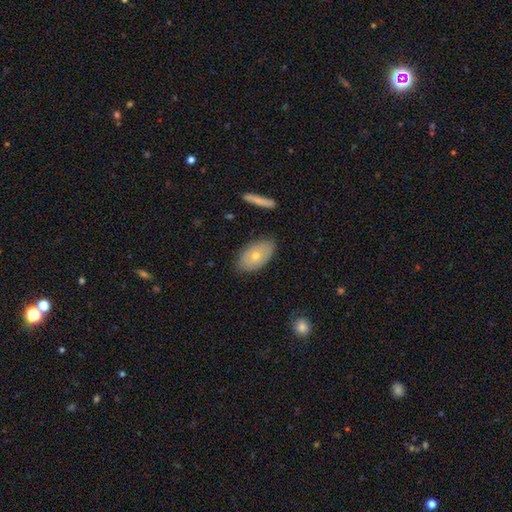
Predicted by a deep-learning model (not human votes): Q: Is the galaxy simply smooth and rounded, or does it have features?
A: smooth — 60%.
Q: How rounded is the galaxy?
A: in between — 91%.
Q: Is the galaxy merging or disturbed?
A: none — 82%.